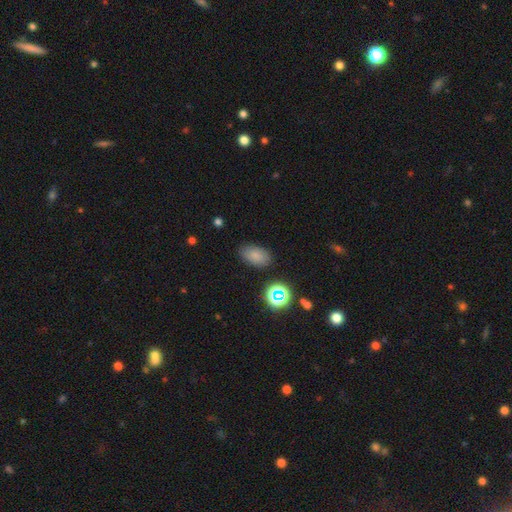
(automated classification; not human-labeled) Smooth or featured? Predicted: smooth (p=0.80). How rounded? Predicted: in between (p=0.90). Merging? Predicted: none (p=0.84).